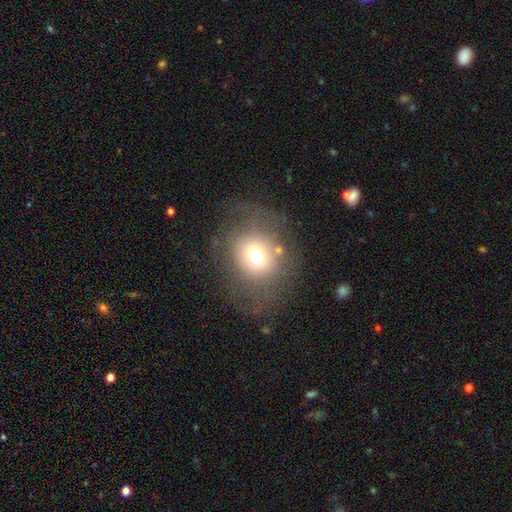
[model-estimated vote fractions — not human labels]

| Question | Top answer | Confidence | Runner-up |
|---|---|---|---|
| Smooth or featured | smooth | 64% | featured or disk (21%) |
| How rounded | round | 75% | in between (24%) |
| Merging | none | 61% | minor disturbance (18%) |